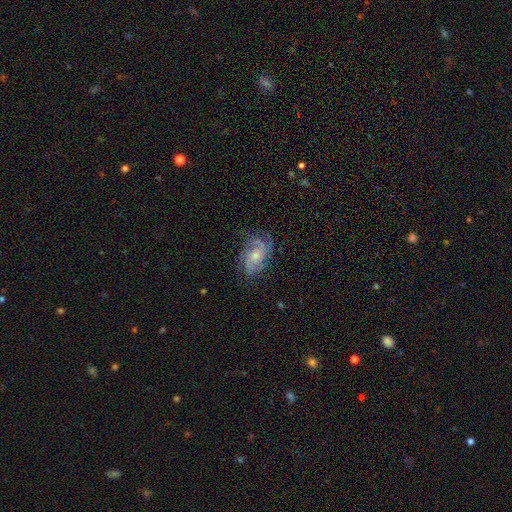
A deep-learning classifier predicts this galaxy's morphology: A featured or disk galaxy (79%) with no bar (74%), 3 (31%) tight (51%) spiral arms (95%) and a moderate central bulge (48%). Merging: none (69%).